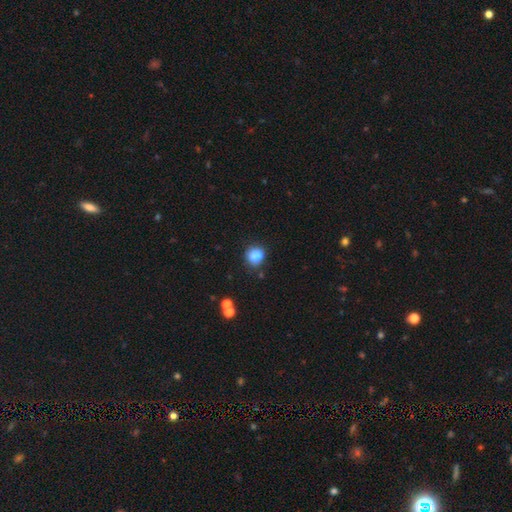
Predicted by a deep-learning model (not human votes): smooth_or_featured: smooth (p=0.77) [alt: featured or disk p=0.12]
how_rounded: round (p=0.78) [alt: in between p=0.21]
merging: none (p=0.53) [alt: merger p=0.27]